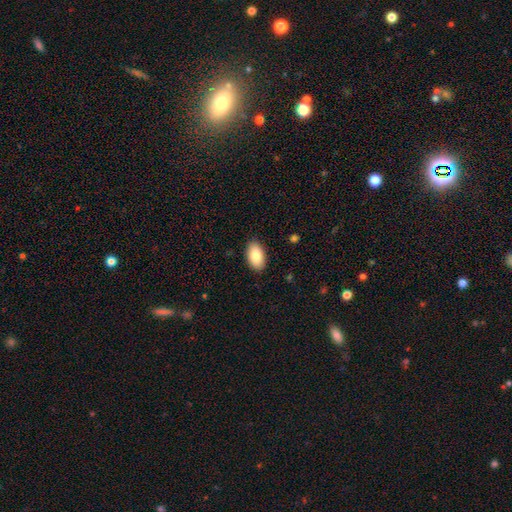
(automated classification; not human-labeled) smooth-or-featured: smooth: 87% | featured or disk: 7% | star or artifact: 6%
  how-rounded: in between: 95% | round: 3% | cigar-shaped: 2%
  merging: none: 88% | minor disturbance: 9% | major disturbance: 2% | merger: 1%